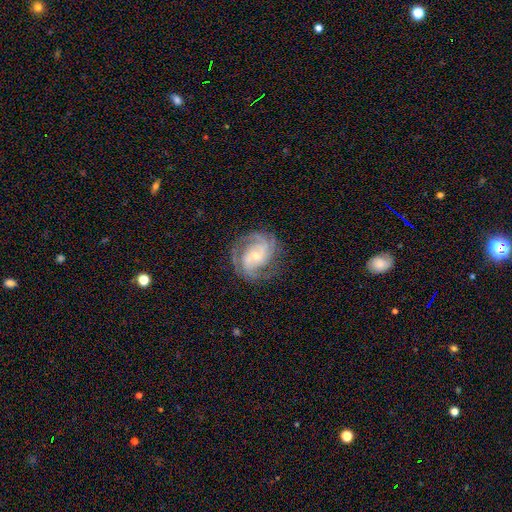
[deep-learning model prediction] smooth_or_featured: featured or disk (p=0.86) [alt: smooth p=0.08]
disk_edge_on: no (p=0.98) [alt: yes p=0.02]
bar: no (p=0.54) [alt: weak p=0.35]
has_spiral_arms: yes (p=0.97) [alt: no p=0.03]
spiral_winding: tight (p=0.48) [alt: medium p=0.41]
spiral_arm_count: 2 (p=0.38) [alt: 3 p=0.27]
bulge_size: small (p=0.60) [alt: moderate p=0.35]
merging: none (p=0.75) [alt: minor disturbance p=0.16]